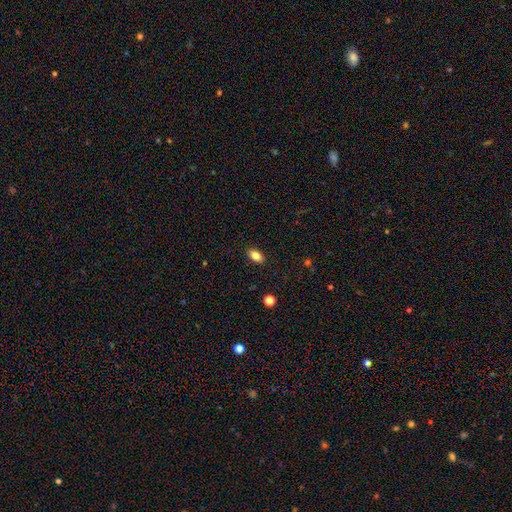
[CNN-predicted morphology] This appears to be a smooth galaxy with no disk features (83%) that is in between round and cigar-shaped (90%). Merging: none (89%).